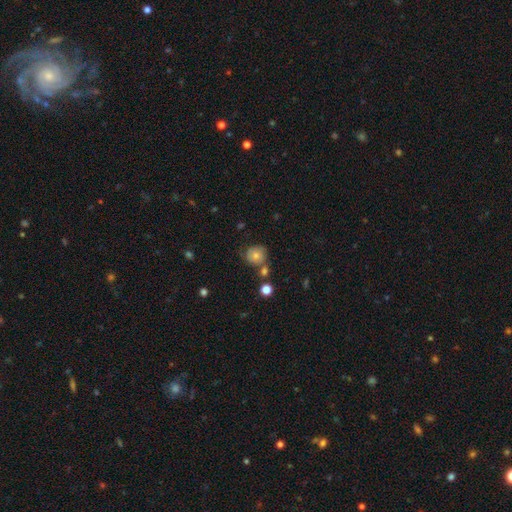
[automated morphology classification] type=smooth (69%); roundness=round (85%); merging=none (60%).